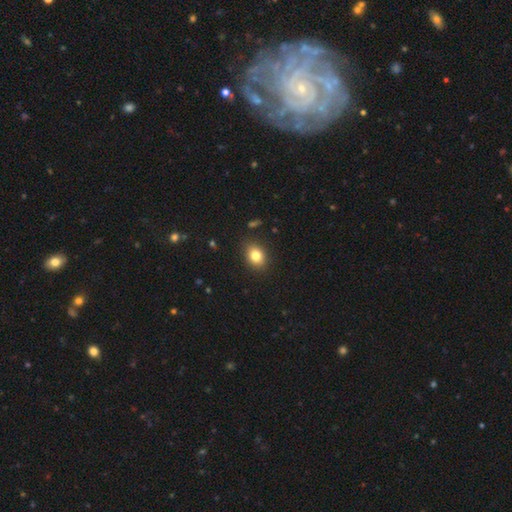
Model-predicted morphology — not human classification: smooth-or-featured: smooth: 82% | star or artifact: 10% | featured or disk: 8%
  how-rounded: in between: 61% | round: 37% | cigar-shaped: 1%
  merging: none: 87% | minor disturbance: 9% | major disturbance: 2% | merger: 1%